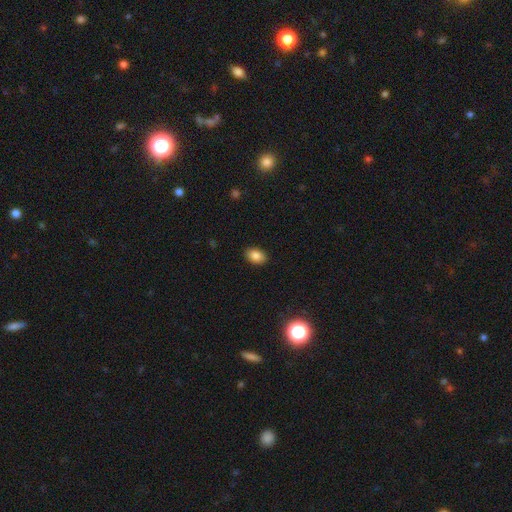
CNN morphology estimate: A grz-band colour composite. It shows a smooth galaxy with no disk features (86%) that is in between round and cigar-shaped (86%). Merging: none (89%).